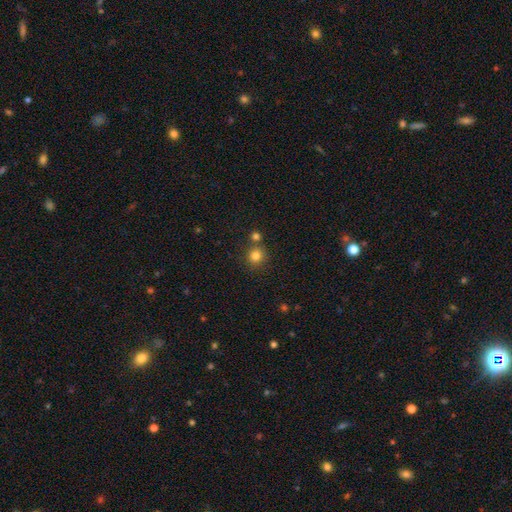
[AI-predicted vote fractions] Overall: smooth (81%). How rounded: round (90%). Merging: none (71%).